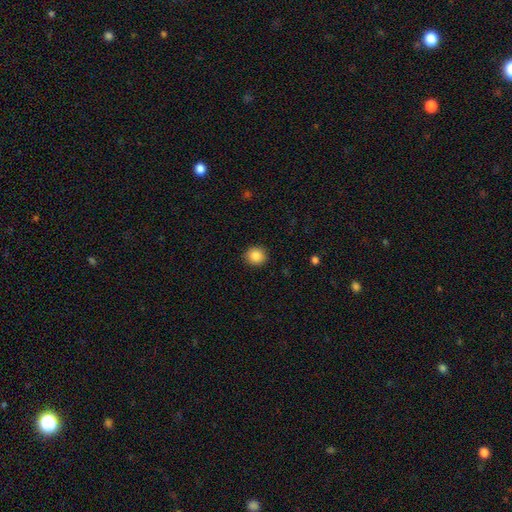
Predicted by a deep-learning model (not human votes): smooth 87%, star or artifact 9%, featured or disk 4%. Down the decision tree: how rounded — round (89%); merging — none (92%).